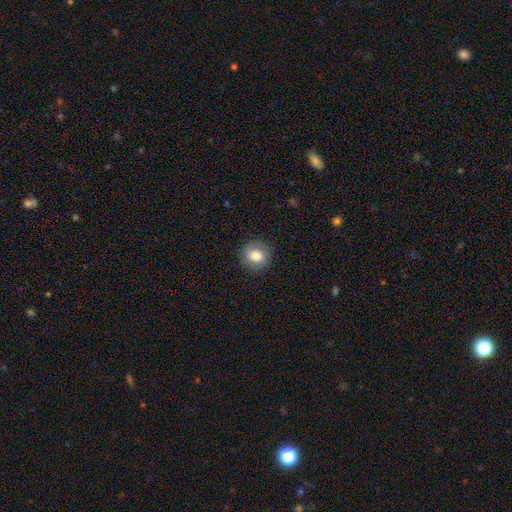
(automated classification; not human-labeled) Overall: smooth (79%). How rounded: round (80%). Merging: none (84%).